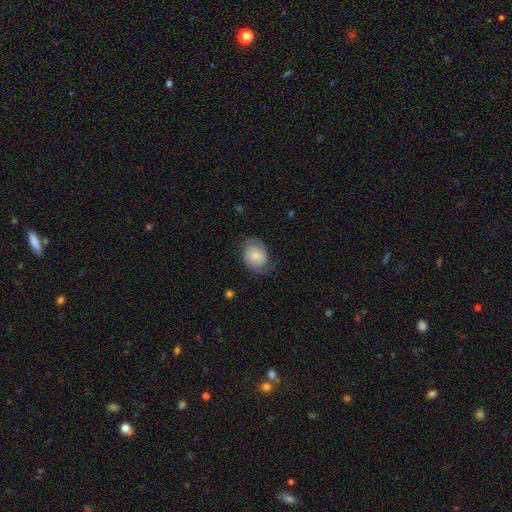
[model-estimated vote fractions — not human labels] A smooth galaxy with no disk features (52%) that is in between round and cigar-shaped (56%).

Vote fractions:
- Smooth or featured? smooth: 52% / featured or disk: 40% / star or artifact: 7%
- How rounded? in between: 56% / round: 43% / cigar-shaped: 1%
- Merging? none: 64% / minor disturbance: 24% / major disturbance: 11% / merger: 1%